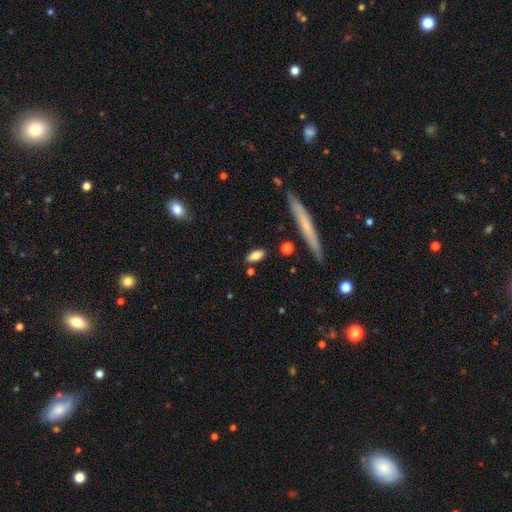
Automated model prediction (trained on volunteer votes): Smooth or featured? Predicted: smooth (p=0.77). How rounded? Predicted: in between (p=0.75). Merging? Predicted: none (p=0.82).